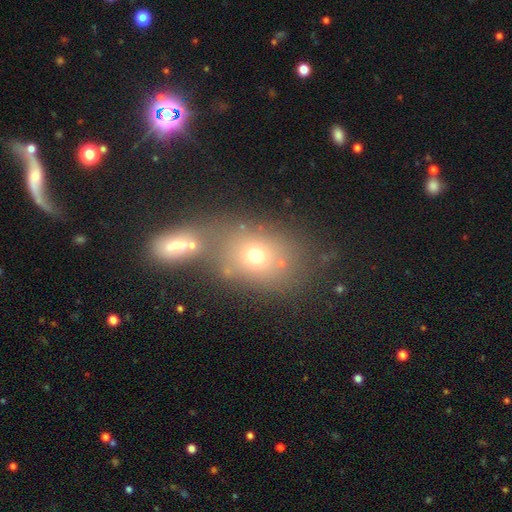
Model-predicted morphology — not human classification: Smooth or featured? smooth (67%)
How rounded? in between (56%)
Merging? none (44%)